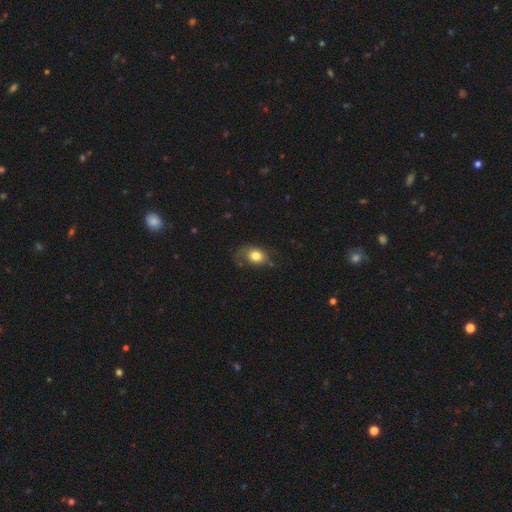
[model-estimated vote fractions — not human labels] Smooth or featured?
  - smooth: 74% *
  - featured or disk: 17%
  - star or artifact: 9%
How rounded?
  - in between: 62% *
  - round: 36%
  - cigar-shaped: 1%
Merging?
  - none: 52% *
  - minor disturbance: 29%
  - major disturbance: 17%
  - merger: 2%